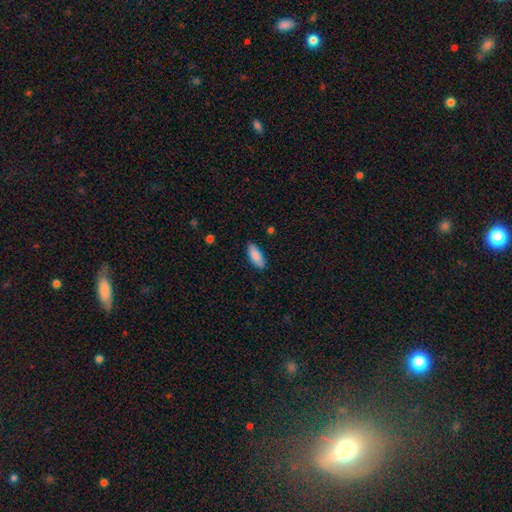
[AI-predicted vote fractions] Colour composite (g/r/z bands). It shows a smooth galaxy with no disk features (86%) that is in between round and cigar-shaped (77%). Merging: none (85%).